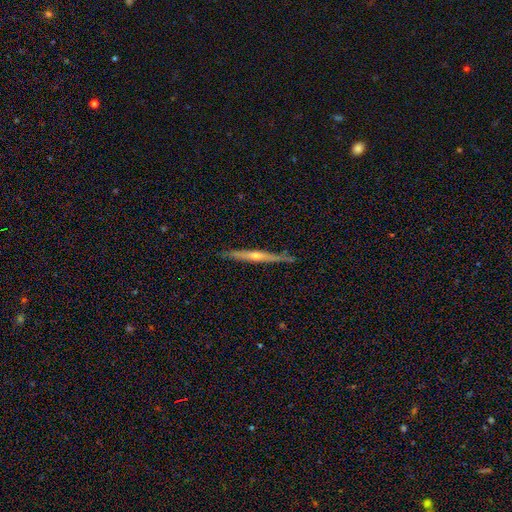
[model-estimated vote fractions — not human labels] Smooth or featured?
  - featured or disk: 77% *
  - smooth: 17%
  - star or artifact: 6%
Edge-on disk?
  - yes: 98% *
  - no: 2%
Edge-on bulge?
  - rounded: 81% *
  - none: 15%
  - boxy: 4%
Merging?
  - none: 89% *
  - minor disturbance: 9%
  - major disturbance: 1%
  - merger: 1%